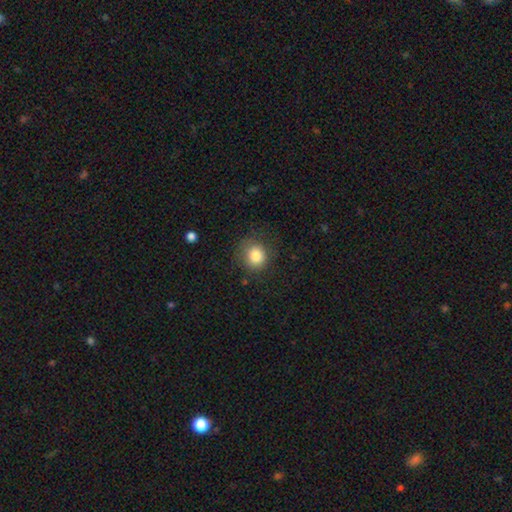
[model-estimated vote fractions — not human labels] Smooth or featured: smooth — 83% (star or artifact — 10%)
How rounded: round — 83% (in between — 16%)
Merging: none — 78% (minor disturbance — 15%)